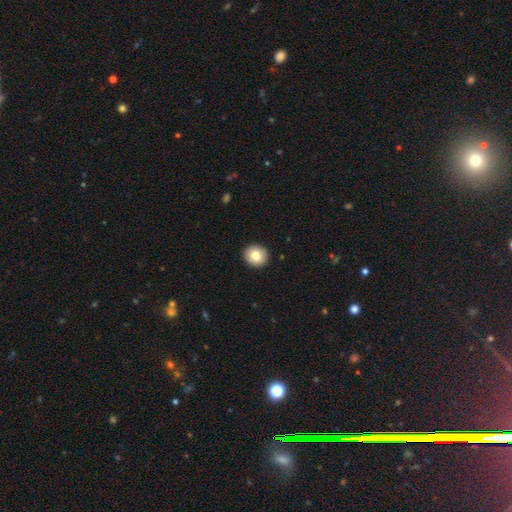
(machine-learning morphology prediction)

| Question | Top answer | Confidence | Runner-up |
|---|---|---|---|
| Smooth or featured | smooth | 82% | featured or disk (10%) |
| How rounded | round | 88% | in between (11%) |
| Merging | none | 92% | minor disturbance (5%) |